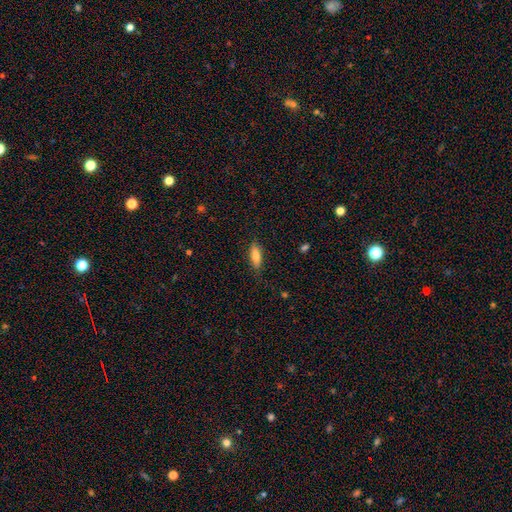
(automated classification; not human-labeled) Q: Smooth or featured?
A: smooth (78%); runner-up: featured or disk (15%)
Q: How rounded?
A: in between (59%); runner-up: cigar-shaped (39%)
Q: Merging?
A: none (82%); runner-up: minor disturbance (14%)